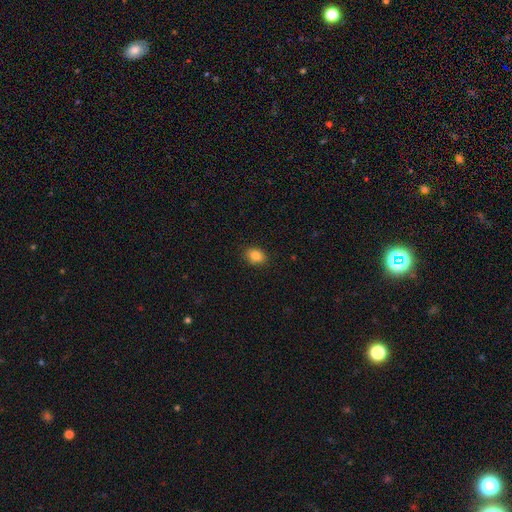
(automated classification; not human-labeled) Smooth or featured: smooth — 85% (star or artifact — 9%)
How rounded: in between — 74% (round — 25%)
Merging: none — 87% (minor disturbance — 10%)